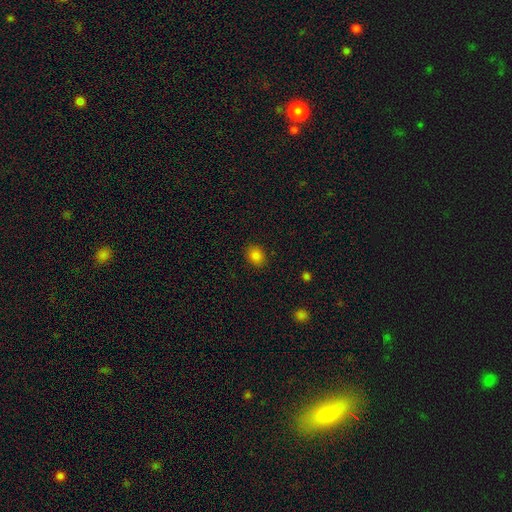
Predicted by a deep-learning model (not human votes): Smooth or featured?
  - smooth: 83% *
  - star or artifact: 12%
  - featured or disk: 5%
How rounded?
  - in between: 55% *
  - round: 44%
  - cigar-shaped: 1%
Merging?
  - none: 88% *
  - minor disturbance: 9%
  - major disturbance: 2%
  - merger: 1%